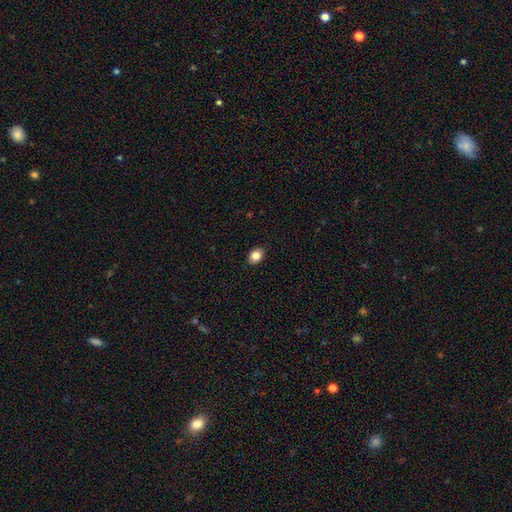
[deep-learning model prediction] Smooth or featured: smooth — 85% (star or artifact — 9%)
How rounded: in between — 70% (round — 29%)
Merging: none — 89% (minor disturbance — 8%)